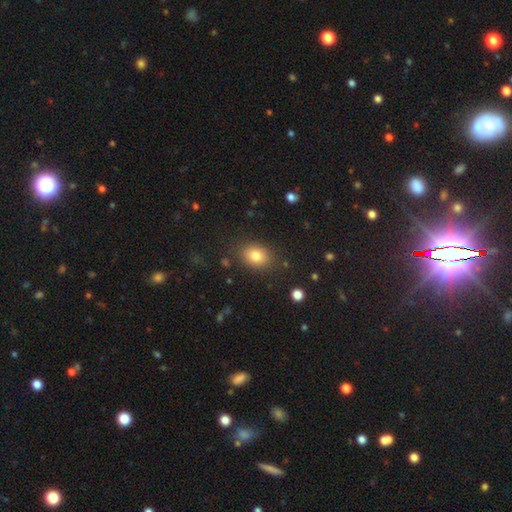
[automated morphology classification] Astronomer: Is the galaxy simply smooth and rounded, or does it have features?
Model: smooth — 81%.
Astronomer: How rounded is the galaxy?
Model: in between — 65%.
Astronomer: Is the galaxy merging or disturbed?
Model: none — 84%.